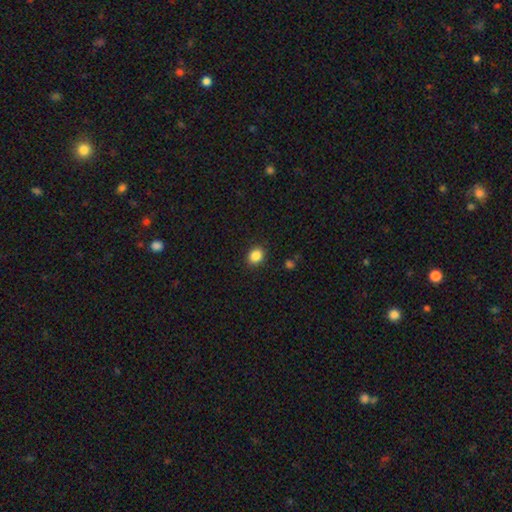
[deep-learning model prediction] A smooth galaxy with no disk features (86%) that is round (61%). Merging: none (90%).